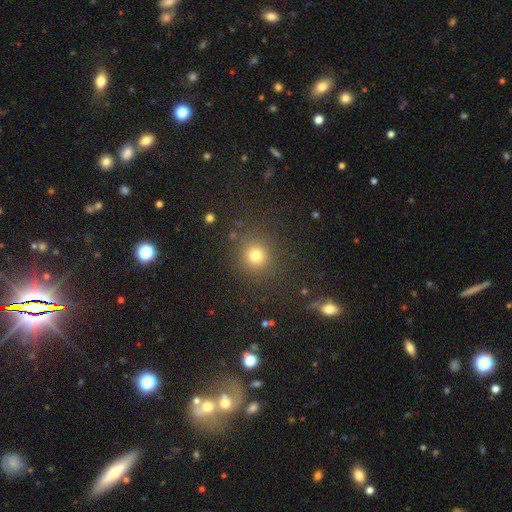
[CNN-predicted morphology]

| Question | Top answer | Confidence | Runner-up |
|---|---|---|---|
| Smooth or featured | smooth | 76% | star or artifact (17%) |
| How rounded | round | 91% | in between (8%) |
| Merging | none | 87% | minor disturbance (7%) |